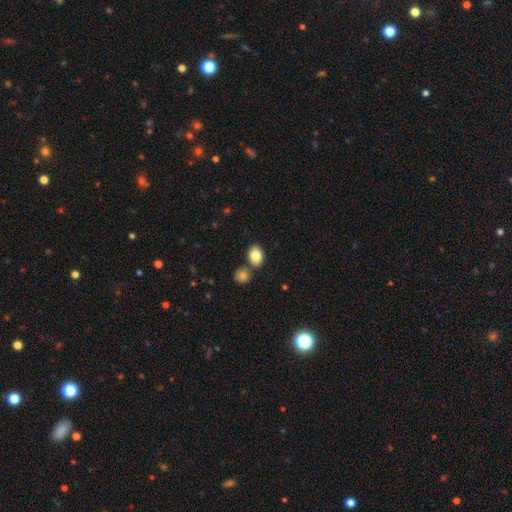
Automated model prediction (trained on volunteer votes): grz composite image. It shows a smooth galaxy with no disk features (83%) that is in between round and cigar-shaped (70%). Merging: none (71%).